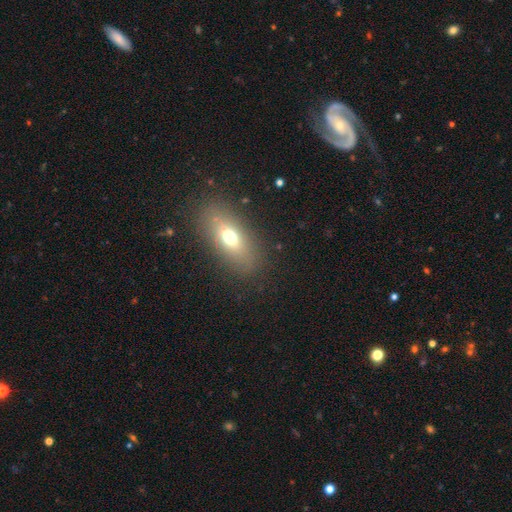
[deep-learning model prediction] A smooth galaxy with no disk features (47%).

Vote fractions:
- Smooth or featured? smooth: 47% / featured or disk: 40% / star or artifact: 13%
- Merging? none: 86% / minor disturbance: 9% / major disturbance: 3% / merger: 2%